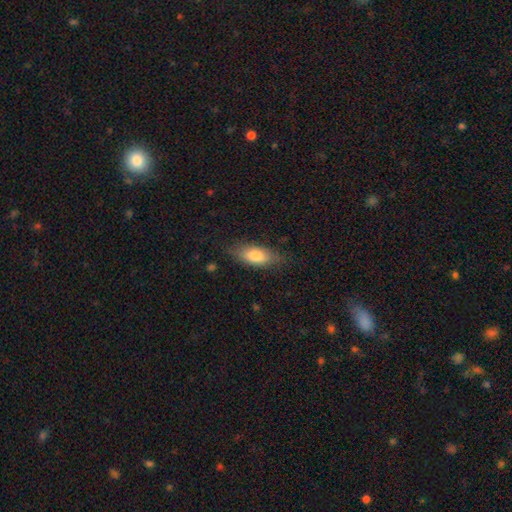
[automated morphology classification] Smooth or featured?
  - smooth: 78% *
  - featured or disk: 15%
  - star or artifact: 7%
How rounded?
  - in between: 82% *
  - cigar-shaped: 14%
  - round: 3%
Merging?
  - none: 76% *
  - minor disturbance: 18%
  - major disturbance: 4%
  - merger: 1%